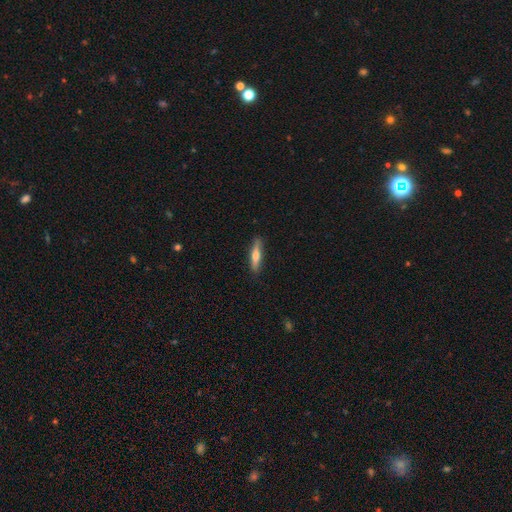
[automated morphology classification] Q: Smooth or featured?
A: smooth (51%); runner-up: featured or disk (43%)
Q: How rounded?
A: cigar-shaped (82%); runner-up: in between (16%)
Q: Merging?
A: none (89%); runner-up: minor disturbance (8%)